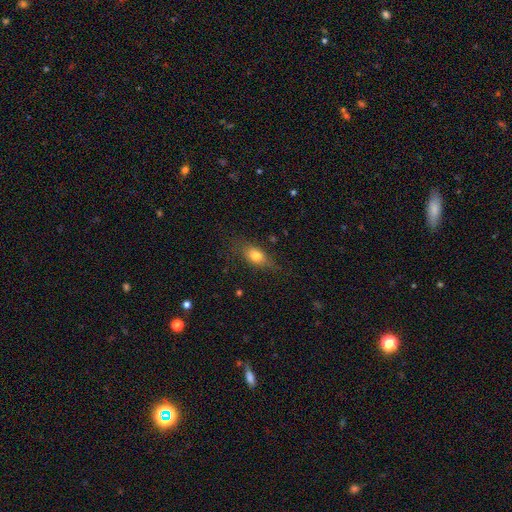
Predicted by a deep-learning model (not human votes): Overall: smooth (75%). How rounded: in between (75%). Merging: none (70%).